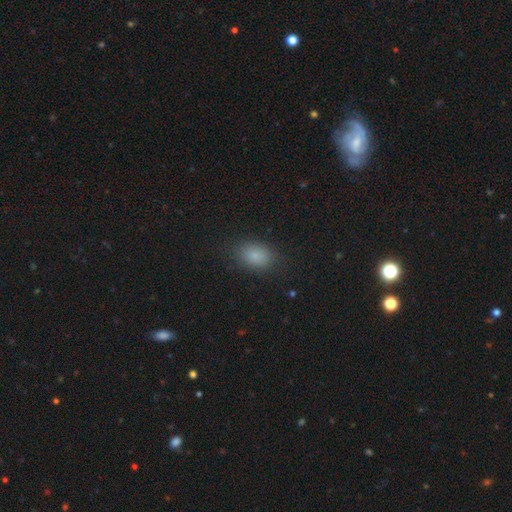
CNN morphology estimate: A smooth galaxy with no disk features (84%) that is in between round and cigar-shaped (78%). Merging: none (83%).